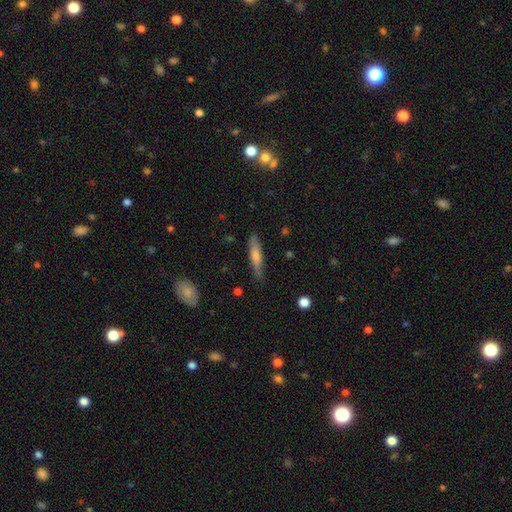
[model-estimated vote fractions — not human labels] Q: Smooth or featured?
A: smooth (65%); runner-up: featured or disk (29%)
Q: How rounded?
A: cigar-shaped (81%); runner-up: in between (17%)
Q: Merging?
A: none (78%); runner-up: minor disturbance (17%)